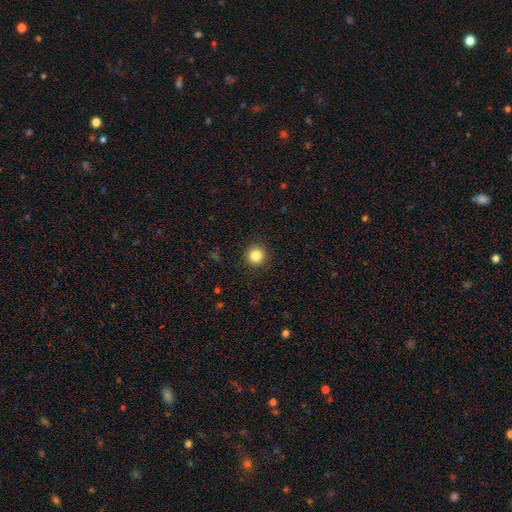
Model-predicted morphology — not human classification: Smooth or featured?
  - smooth: 84% *
  - star or artifact: 11%
  - featured or disk: 5%
How rounded?
  - round: 95% *
  - in between: 4%
  - cigar-shaped: 1%
Merging?
  - none: 92% *
  - minor disturbance: 5%
  - major disturbance: 2%
  - merger: 1%